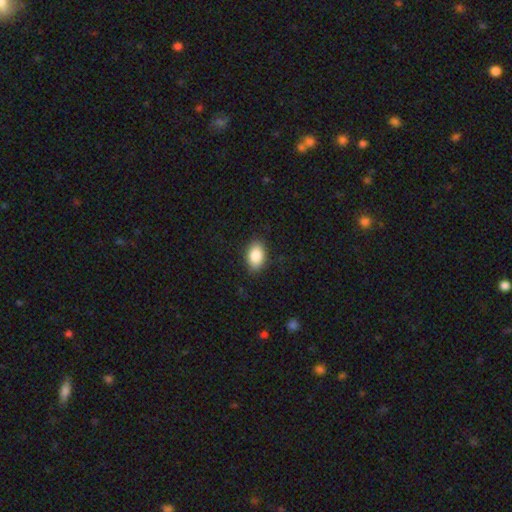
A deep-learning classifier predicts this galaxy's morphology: Q: Smooth or featured?
A: smooth (86%); runner-up: star or artifact (7%)
Q: How rounded?
A: in between (89%); runner-up: round (10%)
Q: Merging?
A: none (87%); runner-up: minor disturbance (10%)